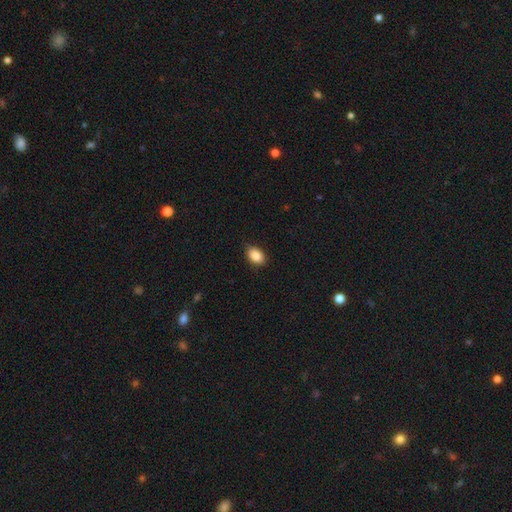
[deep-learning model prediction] This is clearly a smooth galaxy (88%). How rounded: clearly in between (82%). Merging: clearly none (82%).